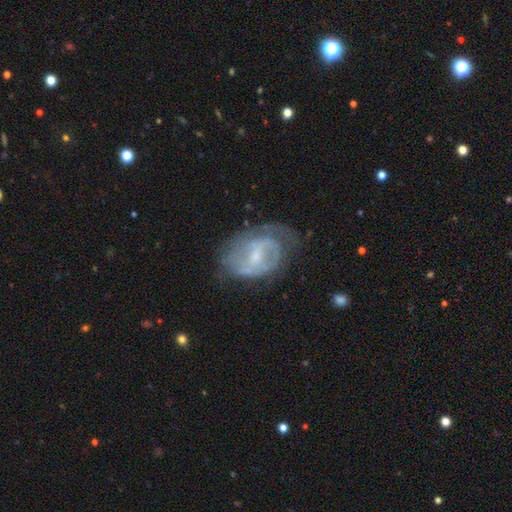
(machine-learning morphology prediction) This is likely a featured or disk galaxy (77%). It is clearly not viewed edge-on (97%). Bar: possibly weak (54%). Spiral arm pattern: clearly yes (81%). Spiral arm count: possibly 2 (46%). Spiral winding: marginally medium (41%). Central bulge: likely small (60%). Merging: possibly none (54%).